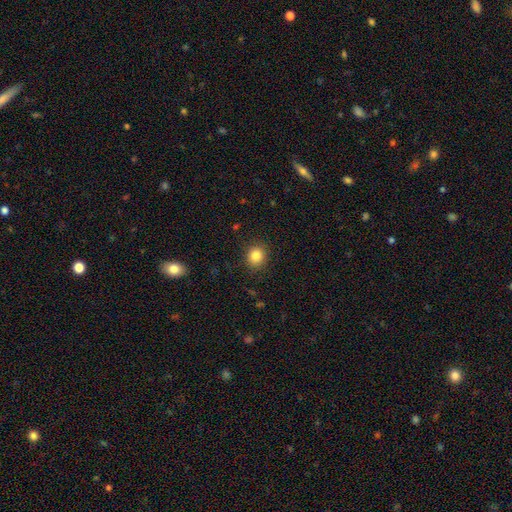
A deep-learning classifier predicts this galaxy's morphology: Overall: smooth (85%). How rounded: round (78%). Merging: none (88%).